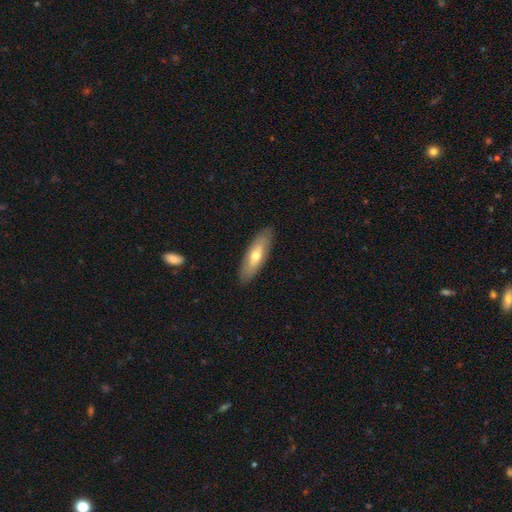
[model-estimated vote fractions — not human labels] Smooth or featured?
  - smooth: 58% *
  - featured or disk: 36%
  - star or artifact: 6%
How rounded?
  - in between: 51% *
  - cigar-shaped: 47%
  - round: 2%
Merging?
  - none: 88% *
  - minor disturbance: 9%
  - major disturbance: 2%
  - merger: 1%